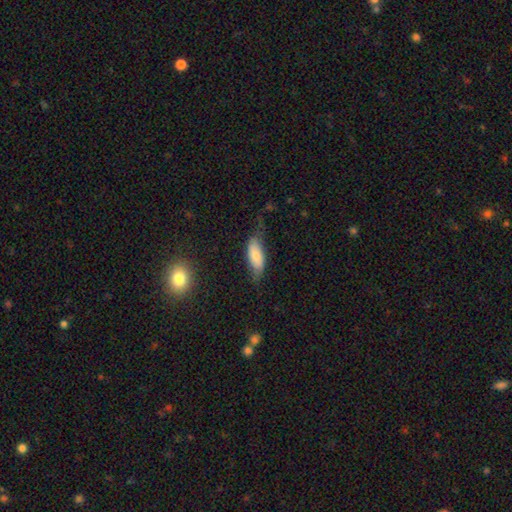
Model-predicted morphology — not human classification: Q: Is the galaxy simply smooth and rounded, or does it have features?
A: smooth — 73%.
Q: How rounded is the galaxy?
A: in between — 79%.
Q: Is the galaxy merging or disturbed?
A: none — 52%.